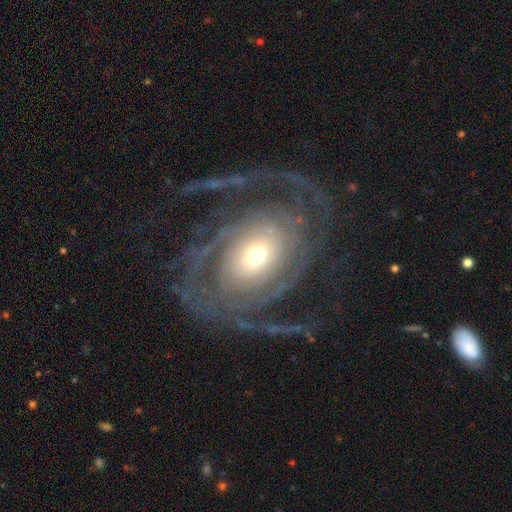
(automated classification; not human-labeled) Smooth or featured? featured or disk (89%)
Edge-on disk? no (96%)
Bar? no (70%)
Spiral arms? yes (95%)
Spiral winding? tight (59%)
Spiral arm count? 2 (39%)
Bulge size? moderate (49%)
Merging? none (62%)